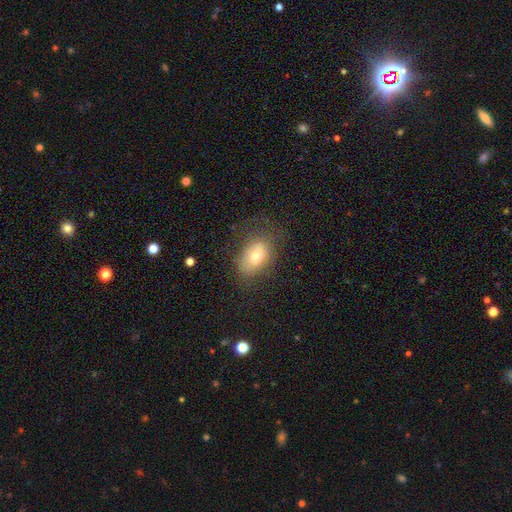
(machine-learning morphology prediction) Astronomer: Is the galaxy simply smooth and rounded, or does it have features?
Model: smooth — 63%.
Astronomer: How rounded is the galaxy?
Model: in between — 87%.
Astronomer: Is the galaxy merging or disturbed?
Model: none — 63%.